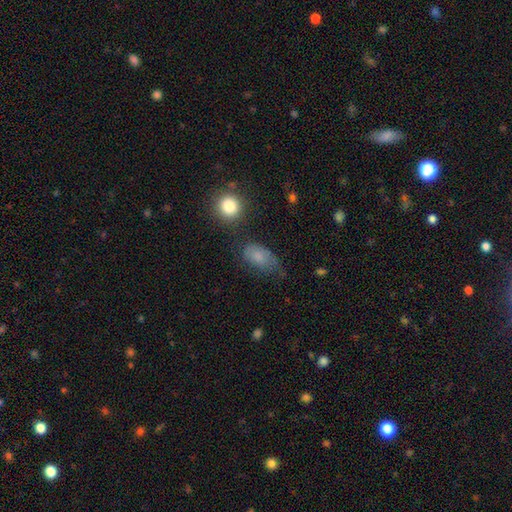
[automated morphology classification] Overall: smooth (68%). How rounded: in between (85%). Merging: none (46%; minor disturbance 34%).